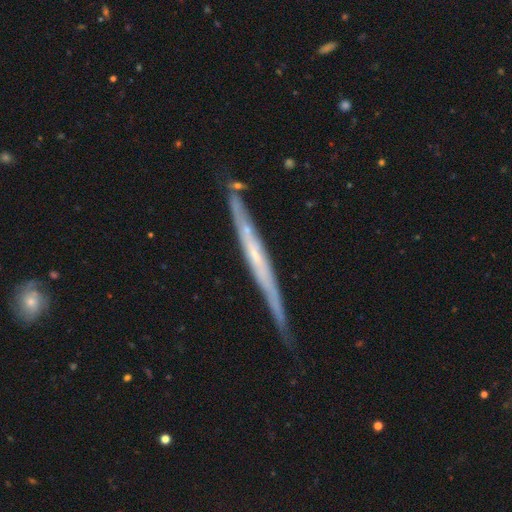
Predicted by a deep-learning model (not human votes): A featured or disk galaxy (74%) viewed edge-on (93%) with no central bulge (75%). Merging: none (78%).